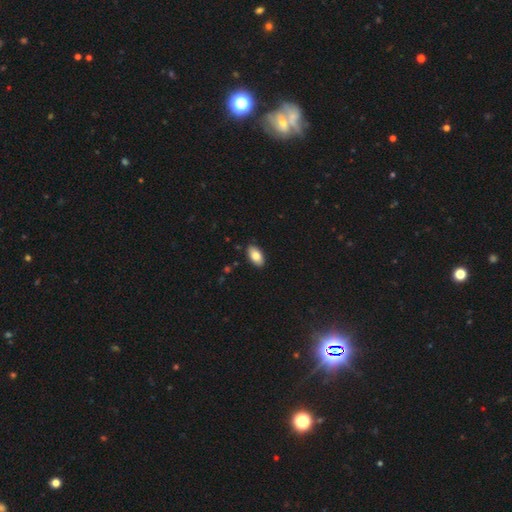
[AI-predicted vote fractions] This is clearly a smooth galaxy (84%). How rounded: clearly in between (94%). Merging: clearly none (88%).